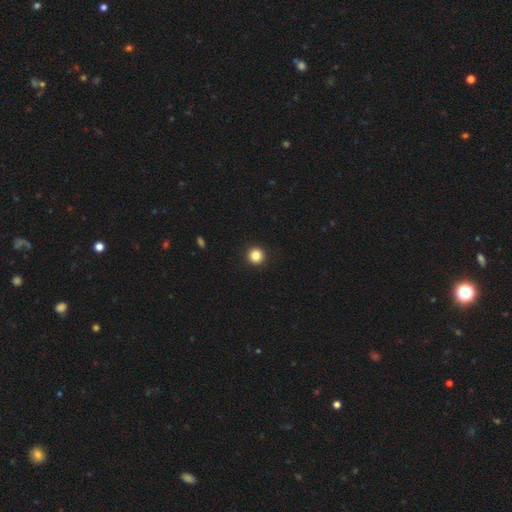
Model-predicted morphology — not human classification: type=smooth (85%); roundness=round (96%); merging=none (94%).